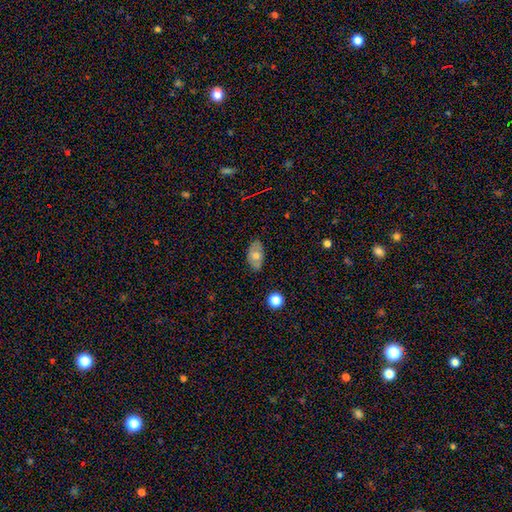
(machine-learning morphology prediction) Smooth or featured? smooth (57%)
How rounded? in between (90%)
Merging? none (77%)